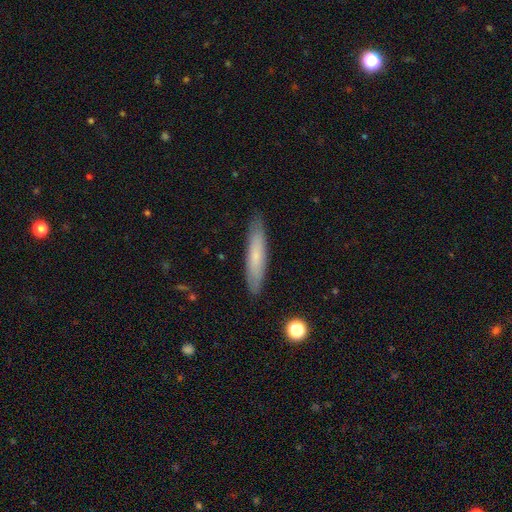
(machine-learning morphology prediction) Q: Smooth or featured?
A: smooth (66%); runner-up: featured or disk (27%)
Q: How rounded?
A: cigar-shaped (87%); runner-up: in between (11%)
Q: Merging?
A: none (88%); runner-up: minor disturbance (9%)